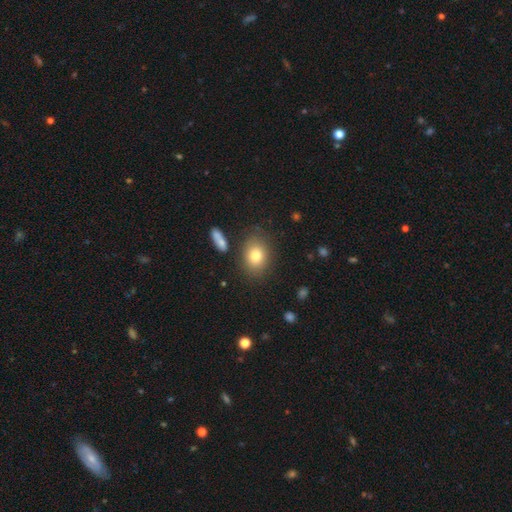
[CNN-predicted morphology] A smooth galaxy with no disk features (77%) that is in between round and cigar-shaped (59%). Merging: none (82%).